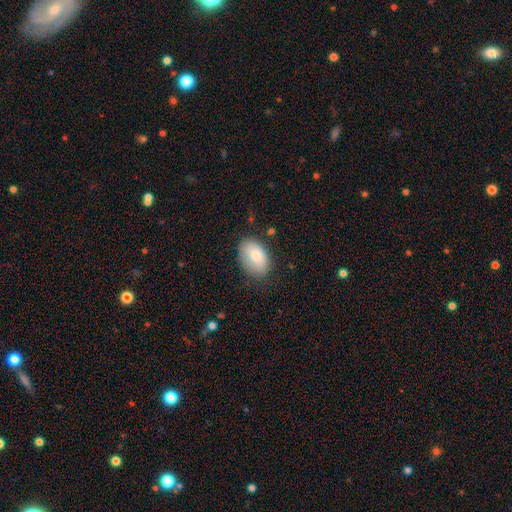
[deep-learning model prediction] Smooth or featured: smooth — 81% (featured or disk — 12%)
How rounded: in between — 90% (round — 9%)
Merging: none — 77% (minor disturbance — 17%)